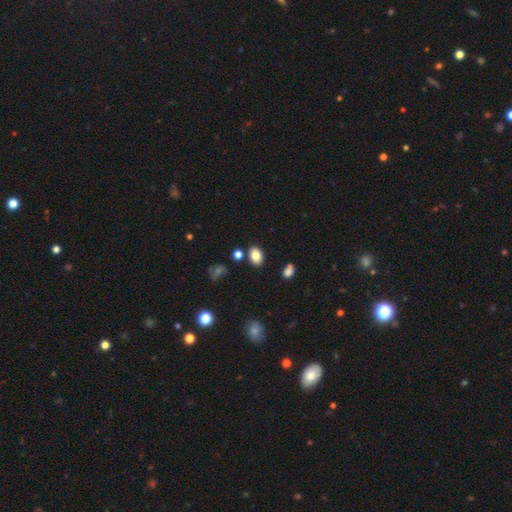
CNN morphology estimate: This is clearly a smooth galaxy (83%). How rounded: clearly in between (81%). Merging: clearly none (81%).